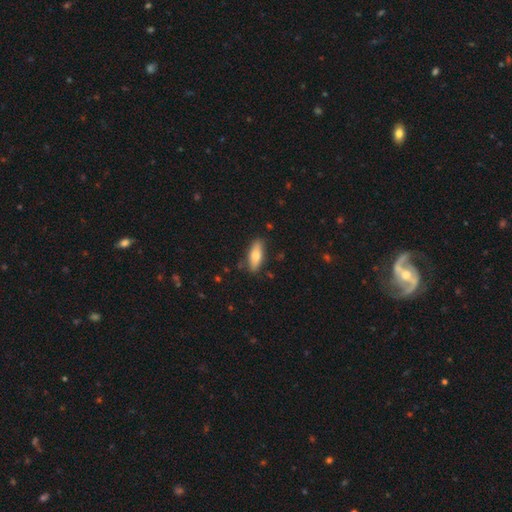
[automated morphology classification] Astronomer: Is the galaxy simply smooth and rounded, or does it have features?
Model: smooth — 76%.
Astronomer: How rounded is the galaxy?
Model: in between — 66%.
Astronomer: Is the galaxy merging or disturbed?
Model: none — 82%.